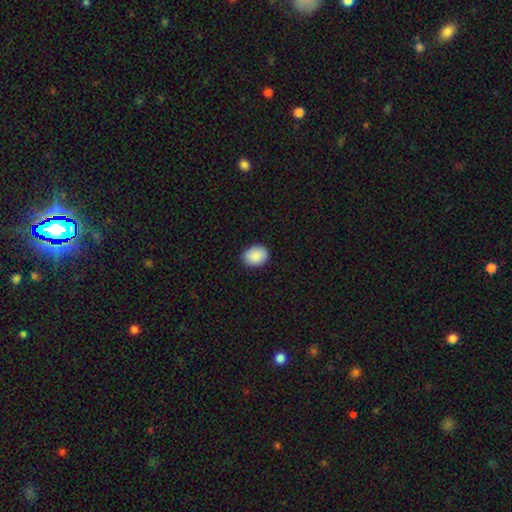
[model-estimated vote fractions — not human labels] Smooth or featured? smooth (88%)
How rounded? in between (53%)
Merging? none (89%)